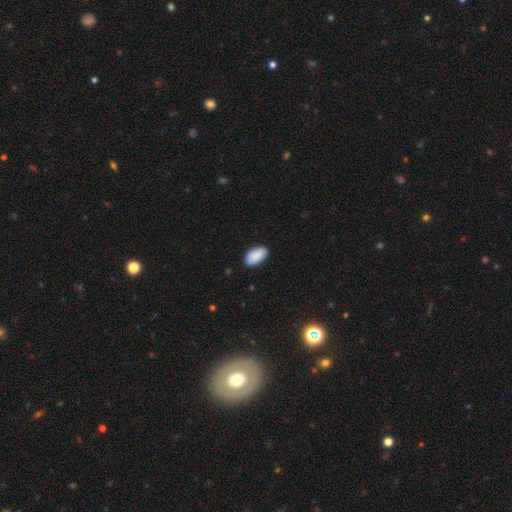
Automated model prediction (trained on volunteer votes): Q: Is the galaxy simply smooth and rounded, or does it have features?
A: smooth — 89%.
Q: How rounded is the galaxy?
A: in between — 95%.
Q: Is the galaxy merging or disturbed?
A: none — 86%.